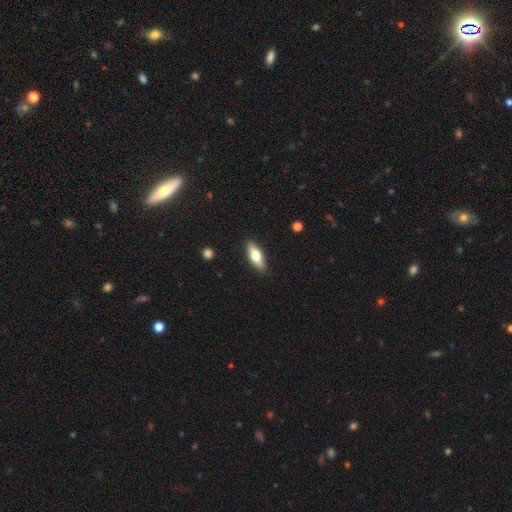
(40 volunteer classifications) Morphology: type=smooth (57%); roundness=in between (61%); merging=none (87%).